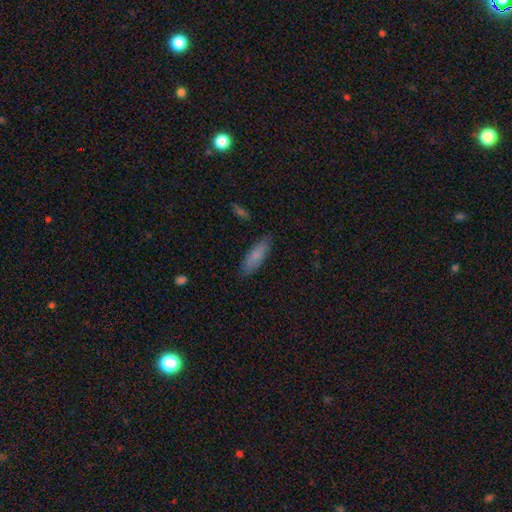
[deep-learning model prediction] smooth_or_featured: smooth (p=0.80) [alt: featured or disk p=0.13]
how_rounded: in between (p=0.54) [alt: cigar-shaped p=0.44]
merging: none (p=0.83) [alt: minor disturbance p=0.13]